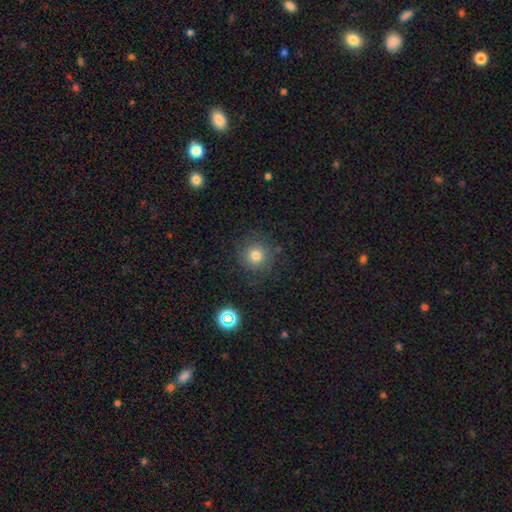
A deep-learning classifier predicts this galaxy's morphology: Smooth or featured? Predicted: smooth (p=0.73). How rounded? Predicted: round (p=0.94). Merging? Predicted: none (p=0.81).